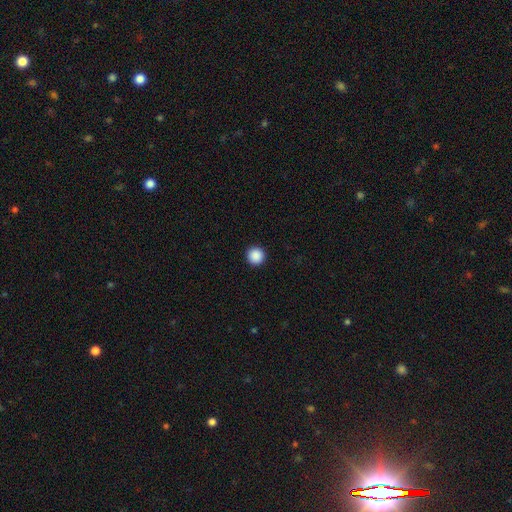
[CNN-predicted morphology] This is clearly a smooth galaxy (89%). How rounded: clearly round (97%). Merging: clearly none (94%).